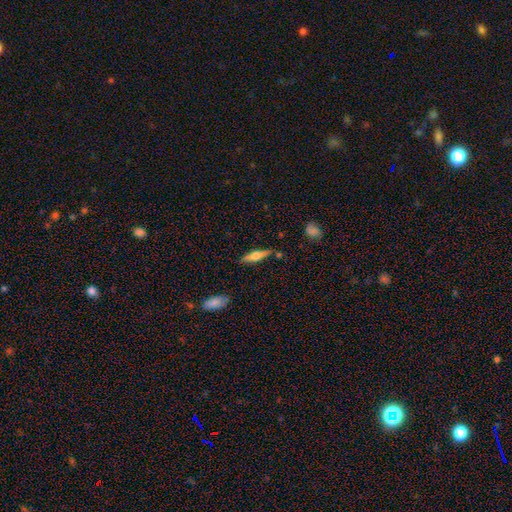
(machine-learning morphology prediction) This appears to be a featured or disk galaxy (52%) viewed edge-on (94%). Merging: none (84%).